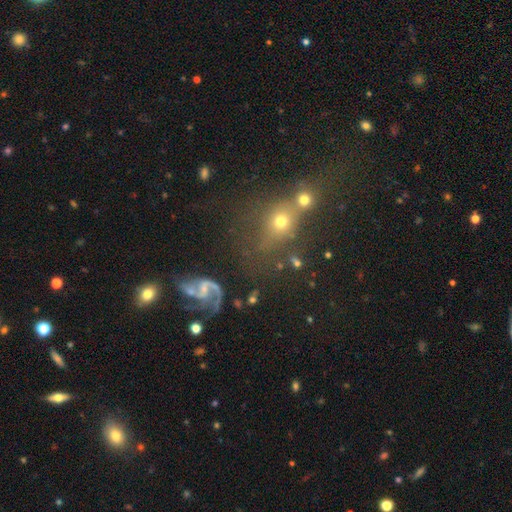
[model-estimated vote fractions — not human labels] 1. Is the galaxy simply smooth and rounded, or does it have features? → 41% smooth, 39% star or artifact, 19% featured or disk.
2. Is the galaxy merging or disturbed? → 45% merger, 33% none, 11% major disturbance, 11% minor disturbance.